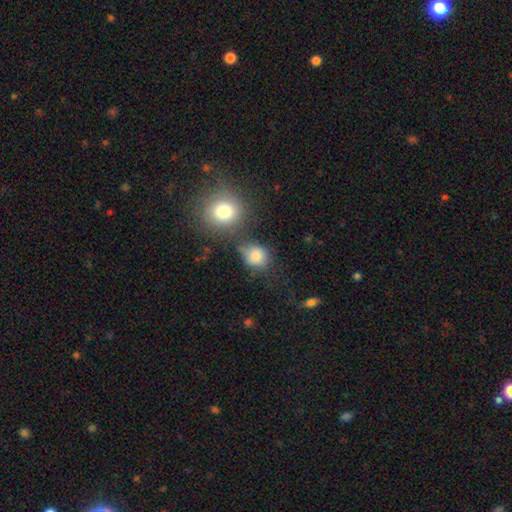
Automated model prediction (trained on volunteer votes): This is clearly a smooth galaxy (81%). How rounded: likely round (70%). Merging: possibly none (53%).